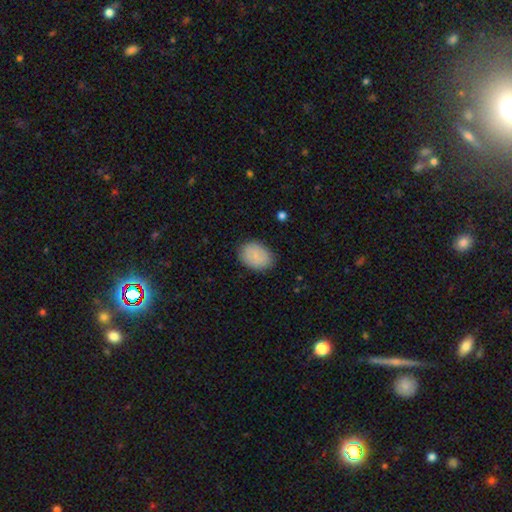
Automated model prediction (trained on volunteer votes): This is likely a smooth galaxy (79%). How rounded: likely in between (74%). Merging: clearly none (81%).